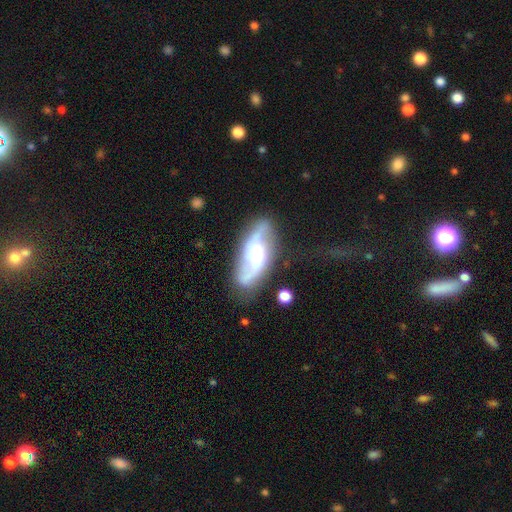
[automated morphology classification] This is likely a featured or disk galaxy (76%). It is clearly not viewed edge-on (90%). Bar: marginally weak (41%). Spiral arm pattern: clearly yes (91%). Spiral arm count: clearly 2 (85%). Spiral winding: possibly loose (50%). Central bulge: marginally large (42%). Merging: likely none (64%).